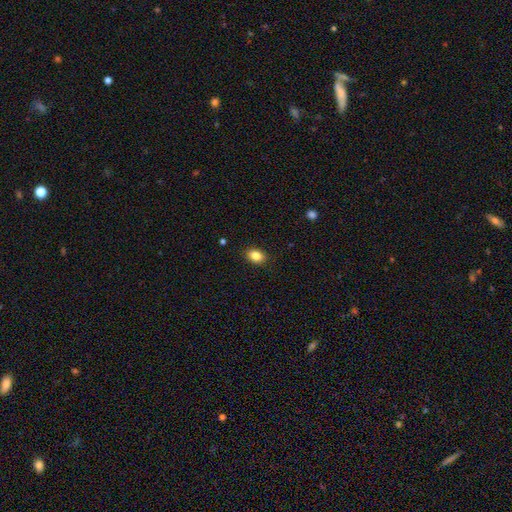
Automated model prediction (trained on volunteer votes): Q: Smooth or featured?
A: smooth (85%); runner-up: star or artifact (9%)
Q: How rounded?
A: in between (75%); runner-up: round (24%)
Q: Merging?
A: none (88%); runner-up: minor disturbance (9%)